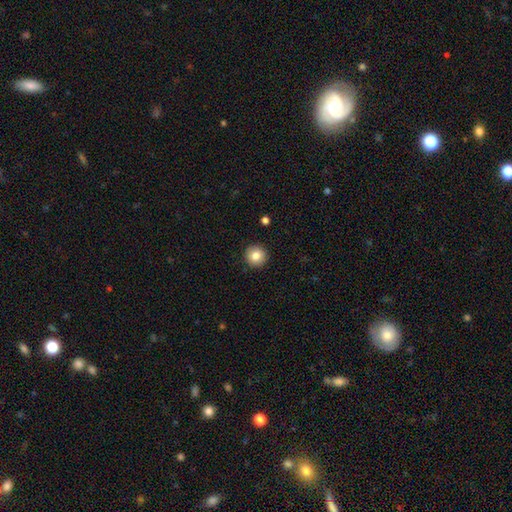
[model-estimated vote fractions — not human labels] Overall: smooth (84%). How rounded: round (95%). Merging: none (92%).